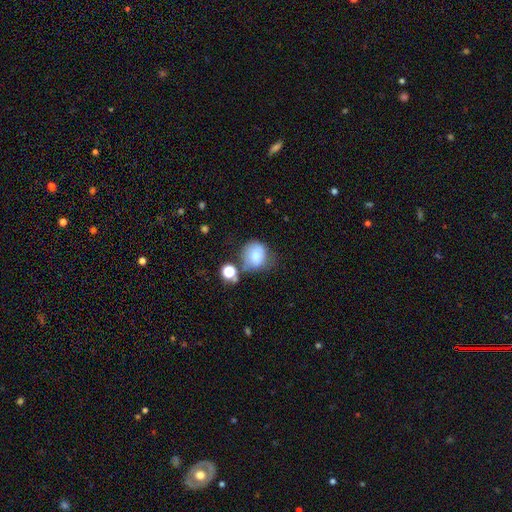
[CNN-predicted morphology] Q: Smooth or featured?
A: smooth (73%); runner-up: featured or disk (16%)
Q: How rounded?
A: round (71%); runner-up: in between (28%)
Q: Merging?
A: none (45%); runner-up: minor disturbance (28%)